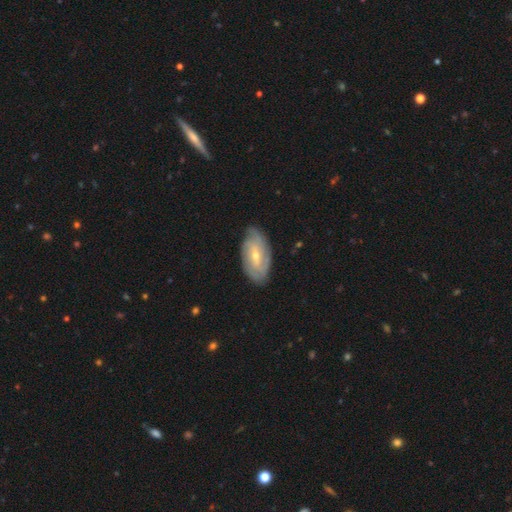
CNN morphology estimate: featured or disk 75%, smooth 19%, star or artifact 6%. Down the decision tree: edge-on disk — no (93%); bar — weak (45%); spiral arms — yes (90%); spiral arm count — can't tell (34%); spiral winding — tight (63%); bulge size — small (57%); merging — none (80%).